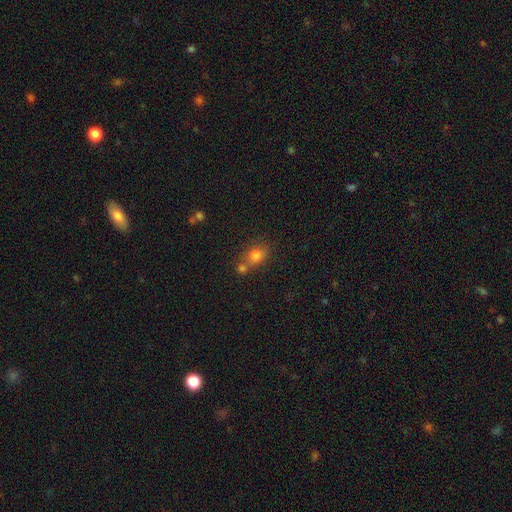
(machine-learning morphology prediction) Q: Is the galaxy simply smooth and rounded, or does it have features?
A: smooth — 78%.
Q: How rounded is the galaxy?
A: in between — 56%.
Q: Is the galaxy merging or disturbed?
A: none — 47%.